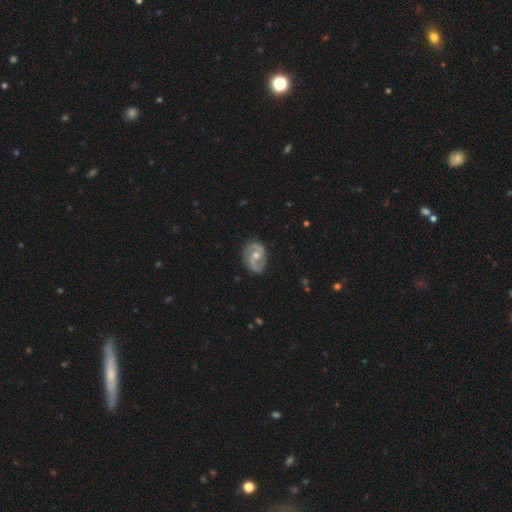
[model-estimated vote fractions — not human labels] Smooth or featured: featured or disk — 84% (smooth — 11%)
Edge-on disk: no — 97% (yes — 3%)
Bar: no — 49% (weak — 40%)
Spiral arms: yes — 93% (no — 7%)
Spiral winding: medium — 45% (loose — 37%)
Spiral arm count: 2 — 89% (can't tell — 4%)
Bulge size: moderate — 66% (small — 29%)
Merging: none — 76% (minor disturbance — 18%)